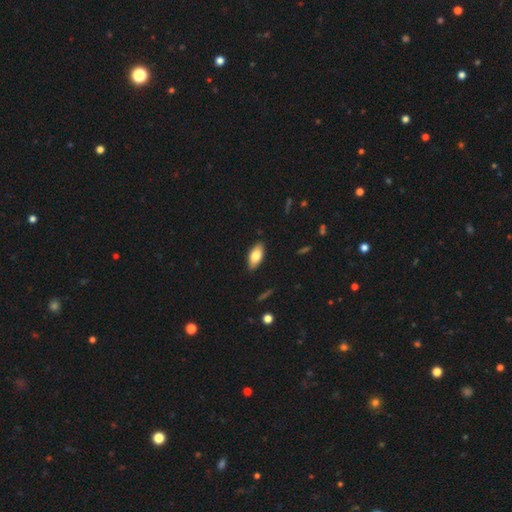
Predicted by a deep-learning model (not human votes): A smooth galaxy with no disk features (79%) that is in between round and cigar-shaped (90%).

Vote fractions:
- Smooth or featured? smooth: 79% / featured or disk: 14% / star or artifact: 6%
- How rounded? in between: 90% / cigar-shaped: 8% / round: 2%
- Merging? none: 88% / minor disturbance: 9% / major disturbance: 2% / merger: 1%